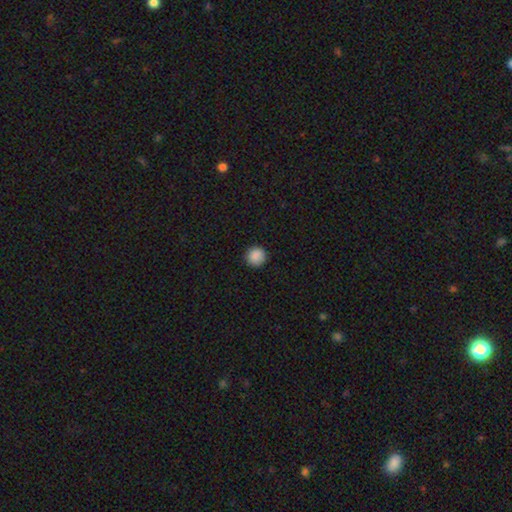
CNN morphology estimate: This appears to be a smooth galaxy with no disk features (89%) that is round (94%). Merging: none (91%).